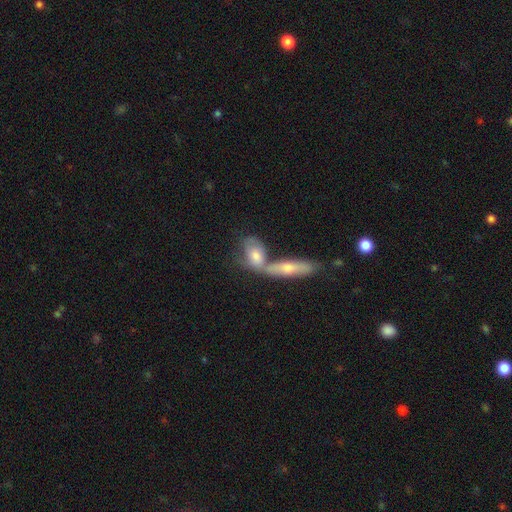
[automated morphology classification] Smooth or featured: smooth — 62% (featured or disk — 32%)
How rounded: in between — 71% (cigar-shaped — 18%)
Merging: merger — 57% (none — 27%)